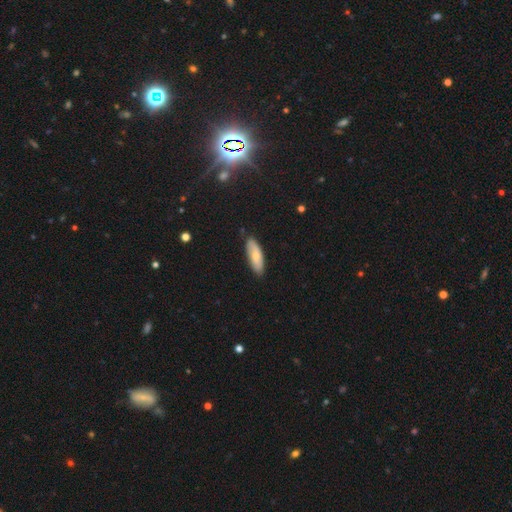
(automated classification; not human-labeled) This is likely a smooth galaxy (68%). How rounded: likely in between (64%). Merging: clearly none (82%).